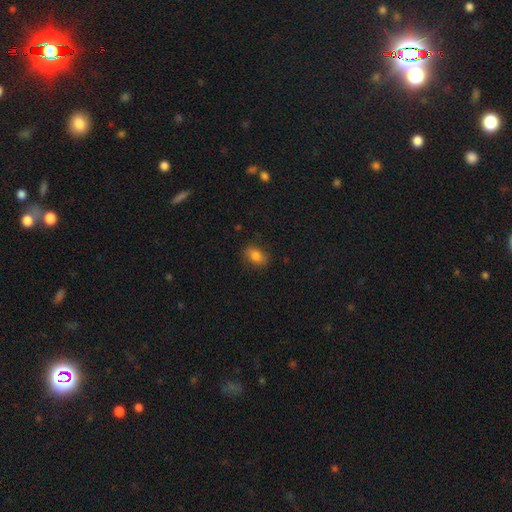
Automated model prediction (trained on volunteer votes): Smooth or featured? smooth (82%)
How rounded? in between (80%)
Merging? none (81%)